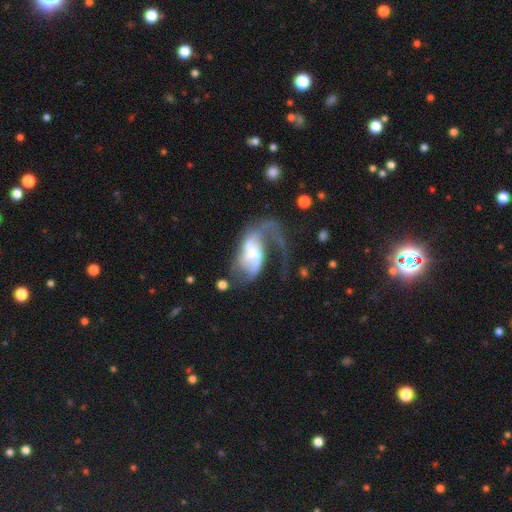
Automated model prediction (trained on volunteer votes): smooth-or-featured: featured or disk: 71% | smooth: 21% | star or artifact: 8%
  disk-edge-on: no: 96% | yes: 4%
    bar: no: 42% | weak: 35% | strong: 22%
    has-spiral-arms: yes: 76% | no: 24%
      spiral-winding: loose: 67% | medium: 25% | tight: 8%
      spiral-arm-count: 1: 47% | 2: 38% | can't tell: 9% | 3: 3% | 4: 1% | more than 4: 1%
    bulge-size: moderate: 27% (tied) | small: 27% (tied) | none: 21% | large: 19% | dominant: 6%
  merging: major disturbance: 56% | none: 19% | merger: 13% | minor disturbance: 11%